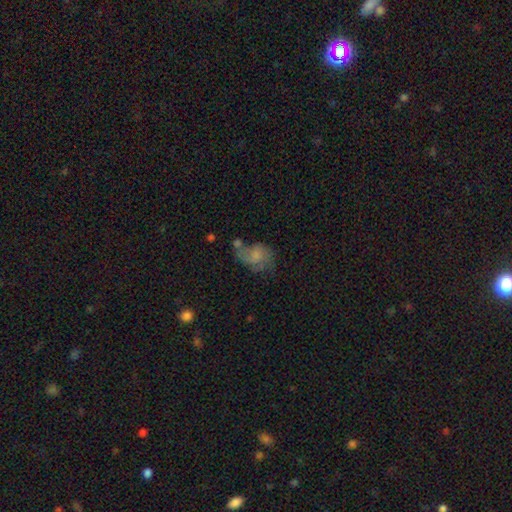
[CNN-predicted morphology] Smooth or featured?
  - smooth: 50% *
  - featured or disk: 40%
  - star or artifact: 11%
Merging?
  - none: 36% *
  - minor disturbance: 25%
  - major disturbance: 25%
  - merger: 15%